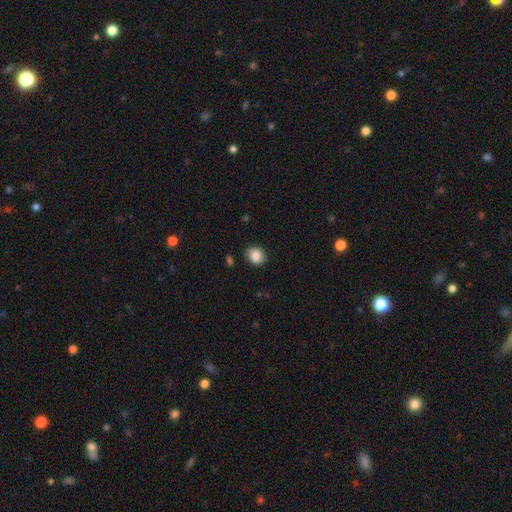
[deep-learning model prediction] A smooth galaxy with no disk features (86%) that is round (68%). Merging: none (84%).